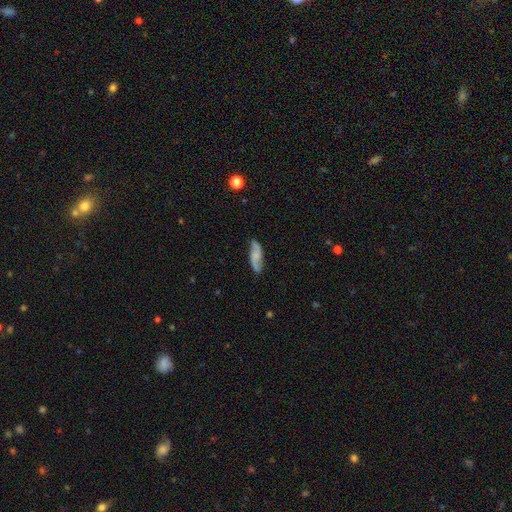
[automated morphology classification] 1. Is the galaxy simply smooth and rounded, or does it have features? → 57% featured or disk, 36% smooth, 7% star or artifact.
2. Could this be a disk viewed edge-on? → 88% no, 12% yes.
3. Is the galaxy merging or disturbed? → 77% none, 17% minor disturbance, 4% major disturbance, 2% merger.